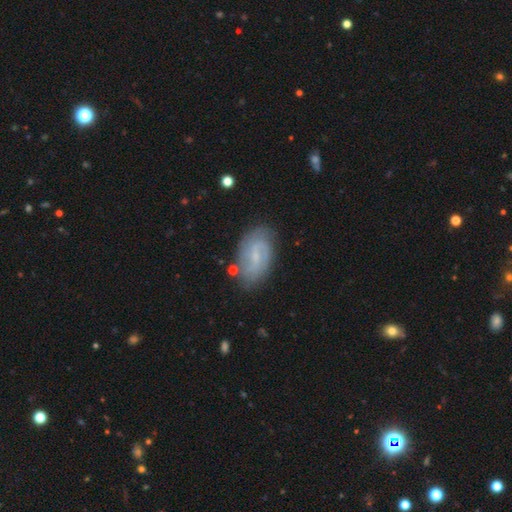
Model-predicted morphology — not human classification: Smooth or featured? Predicted: featured or disk (p=0.67). Edge-on disk? Predicted: no (p=0.96). Bar? Predicted: weak (p=0.59). Spiral arms? Predicted: yes (p=0.89). Spiral winding? Predicted: medium (p=0.41). Spiral arm count? Predicted: 2 (p=0.66). Bulge size? Predicted: small (p=0.62). Merging? Predicted: none (p=0.77).